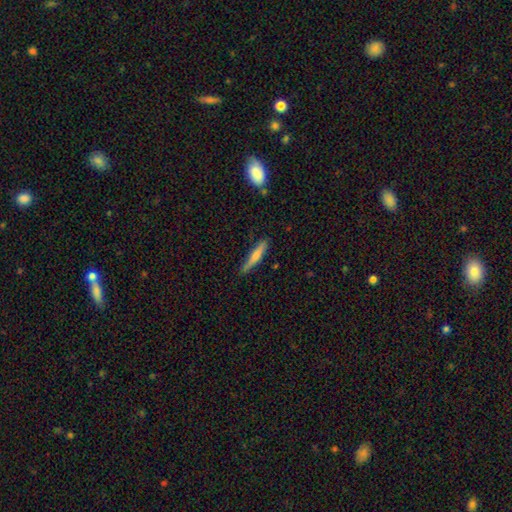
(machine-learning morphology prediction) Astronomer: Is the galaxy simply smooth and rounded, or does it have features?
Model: smooth — 61%.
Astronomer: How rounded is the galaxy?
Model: cigar-shaped — 91%.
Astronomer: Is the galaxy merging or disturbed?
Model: none — 78%.